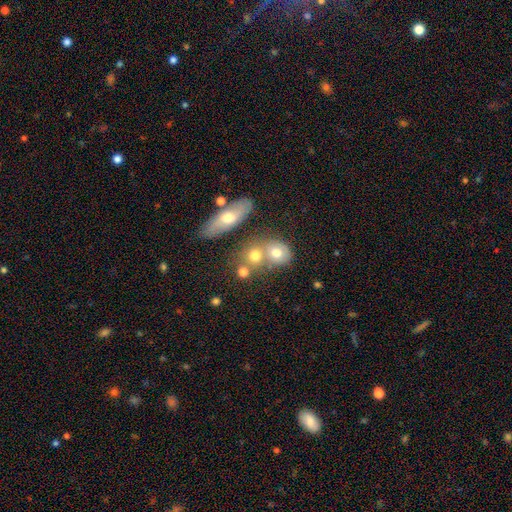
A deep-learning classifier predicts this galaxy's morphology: Smooth or featured? smooth (64%)
How rounded? round (58%)
Merging? none (45%)